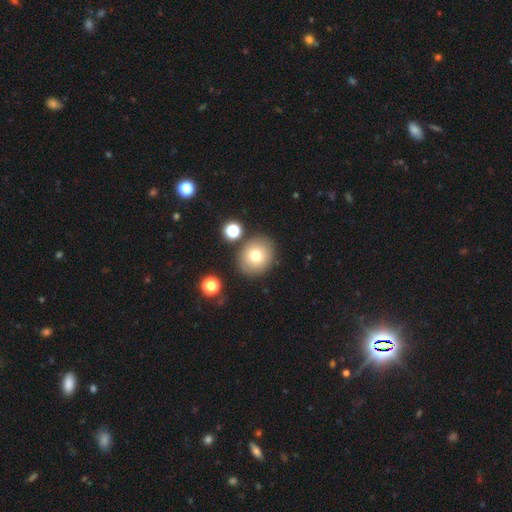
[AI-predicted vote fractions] Morphology: type=smooth (75%); roundness=round (81%); merging=none (82%).